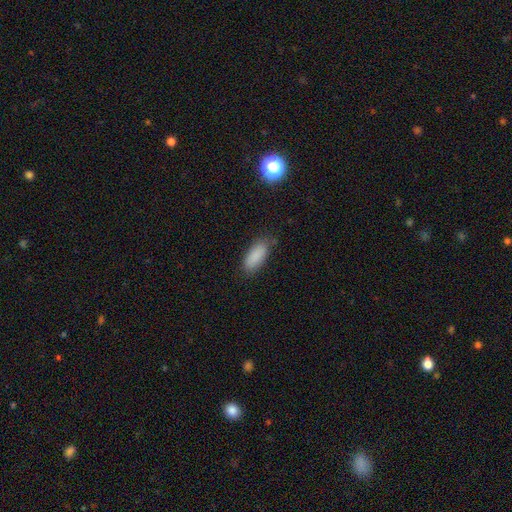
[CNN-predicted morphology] This appears to be a smooth galaxy with no disk features (88%) that is in between round and cigar-shaped (81%). Merging: none (81%).